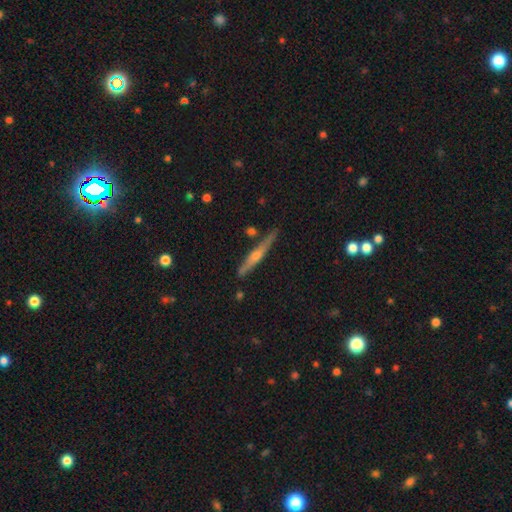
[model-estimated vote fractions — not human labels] smooth_or_featured: featured or disk (p=0.68) [alt: smooth p=0.25]
disk_edge_on: yes (p=0.97) [alt: no p=0.03]
edge_on_bulge: rounded (p=0.81) [alt: none p=0.14]
merging: none (p=0.84) [alt: minor disturbance p=0.11]